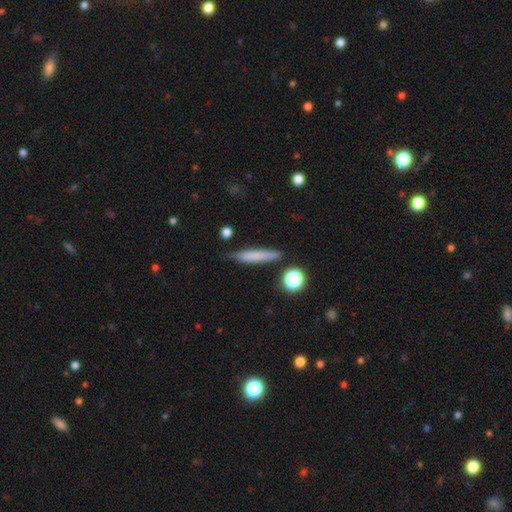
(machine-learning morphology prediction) The model was most divided on "smooth or featured": smooth: 73%, featured or disk: 19%, star or artifact: 8%. More confident: how rounded — cigar-shaped (88%); merging — none (77%).